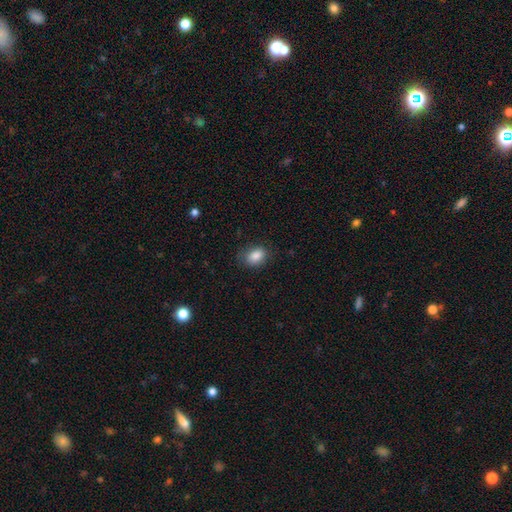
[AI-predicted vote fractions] This is clearly a smooth galaxy (86%). How rounded: likely in between (78%). Merging: likely none (79%).